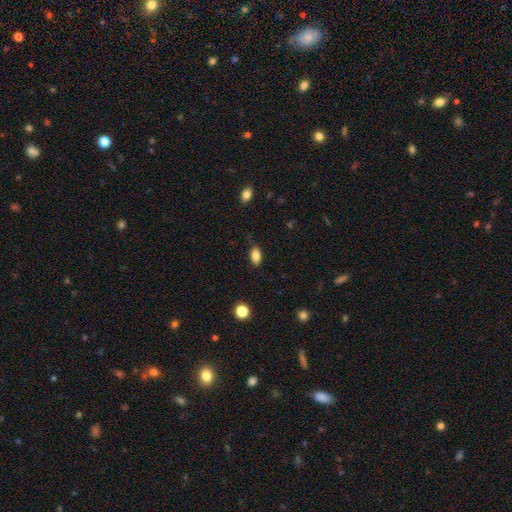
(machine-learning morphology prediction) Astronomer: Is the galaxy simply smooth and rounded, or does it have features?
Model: smooth — 86%.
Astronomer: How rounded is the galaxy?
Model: in between — 90%.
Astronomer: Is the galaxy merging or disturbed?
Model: none — 79%.